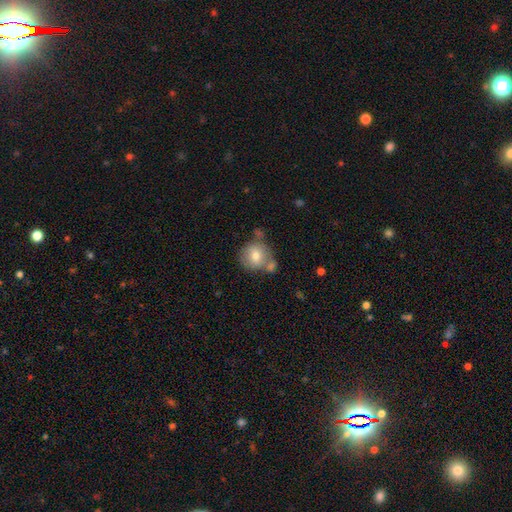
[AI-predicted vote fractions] Overall: smooth (73%). How rounded: round (84%). Merging: none (51%; merger 28%).